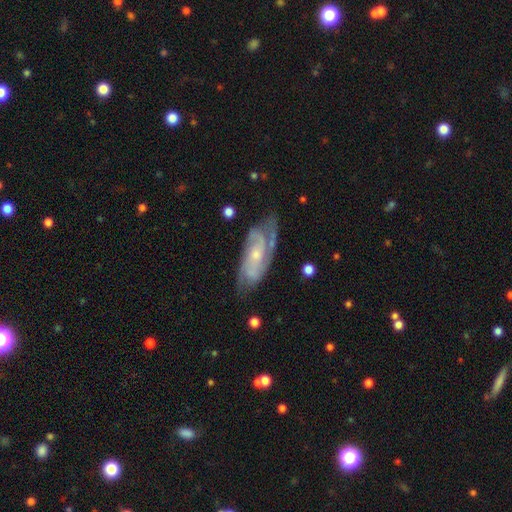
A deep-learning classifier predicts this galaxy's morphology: A featured or disk galaxy (84%) with no bar (63%), 2 (50%) tight (51%) spiral arms (96%) and a small central bulge (65%).

Vote fractions:
- Smooth or featured? featured or disk: 84% / smooth: 10% / star or artifact: 5%
- Edge-on disk? no: 92% / yes: 8%
- Bar? no: 63% / weak: 30% / strong: 7%
- Spiral arms? yes: 96% / no: 4%
- Spiral winding? tight: 51% / medium: 39% / loose: 10%
- Spiral arm count? 2: 50% / can't tell: 19% / 3: 19% / 4: 4% / 1: 4% / more than 4: 3%
- Bulge size? small: 65% / moderate: 30% / none: 3% / large: 1% / dominant: 1%
- Merging? none: 68% / minor disturbance: 21% / major disturbance: 8% / merger: 2%